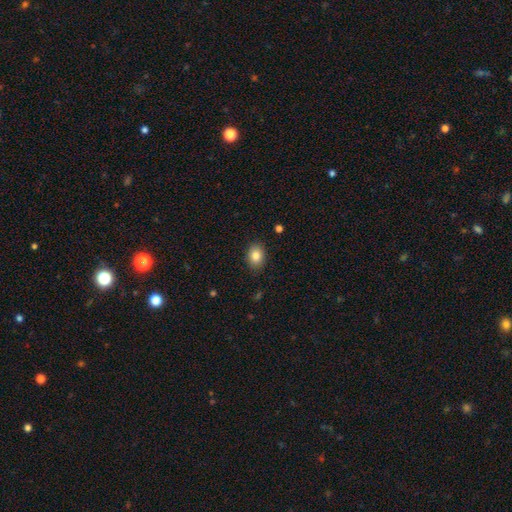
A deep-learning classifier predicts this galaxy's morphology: Smooth or featured: smooth — 84% (star or artifact — 9%)
How rounded: in between — 68% (round — 31%)
Merging: none — 88% (minor disturbance — 9%)